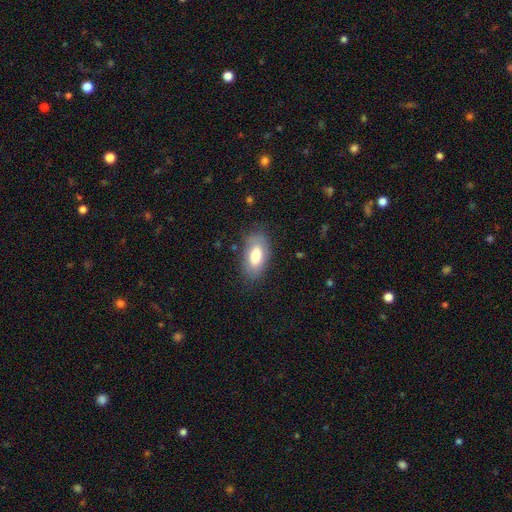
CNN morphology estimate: Overall: smooth (76%). How rounded: in between (93%). Merging: none (78%).